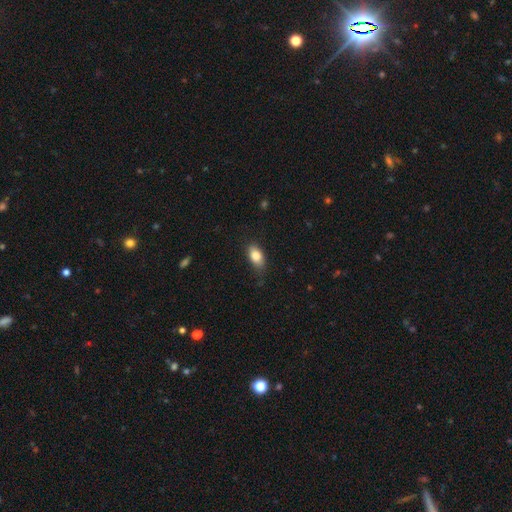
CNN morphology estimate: Smooth or featured? smooth (84%)
How rounded? in between (88%)
Merging? none (75%)